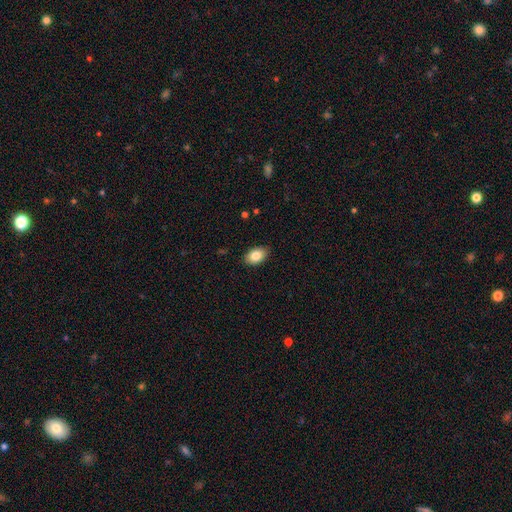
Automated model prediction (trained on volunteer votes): A smooth galaxy with no disk features (84%) that is in between round and cigar-shaped (88%). Merging: none (87%).